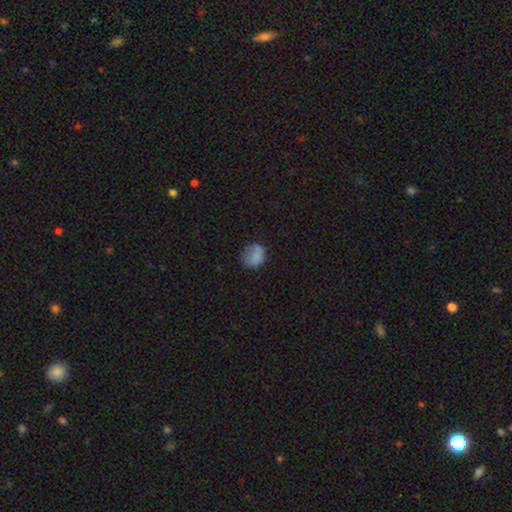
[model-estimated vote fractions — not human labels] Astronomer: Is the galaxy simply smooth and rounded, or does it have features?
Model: smooth — 78%.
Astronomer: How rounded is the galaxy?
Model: round — 69%.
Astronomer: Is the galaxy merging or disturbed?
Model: none — 58%.